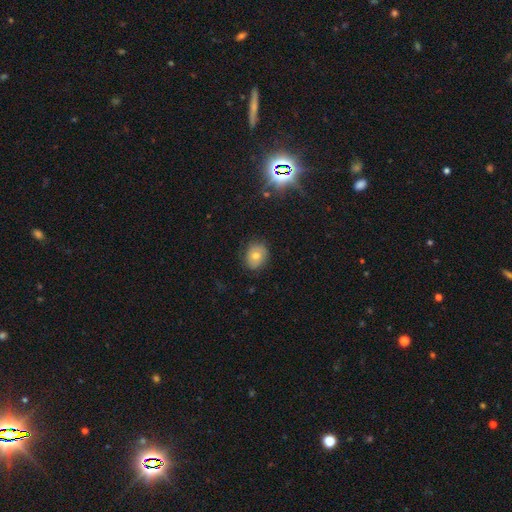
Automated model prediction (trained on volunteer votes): smooth_or_featured: smooth (p=0.68) [alt: featured or disk p=0.20]
how_rounded: round (p=0.59) [alt: in between p=0.40]
merging: none (p=0.80) [alt: minor disturbance p=0.16]